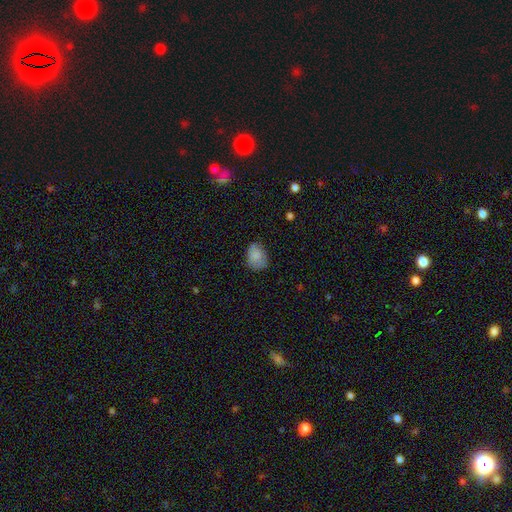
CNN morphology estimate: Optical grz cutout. It shows a smooth galaxy with no disk features (82%) that is in between round and cigar-shaped (69%). Merging: none (64%).